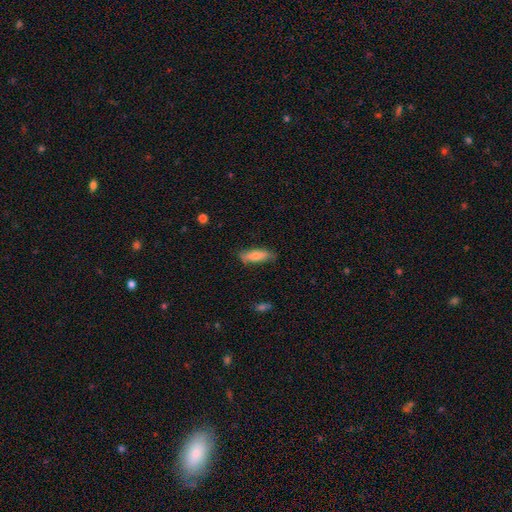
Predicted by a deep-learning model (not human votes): Overall: smooth (76%). How rounded: cigar-shaped (56%; in between 42%). Merging: none (80%).